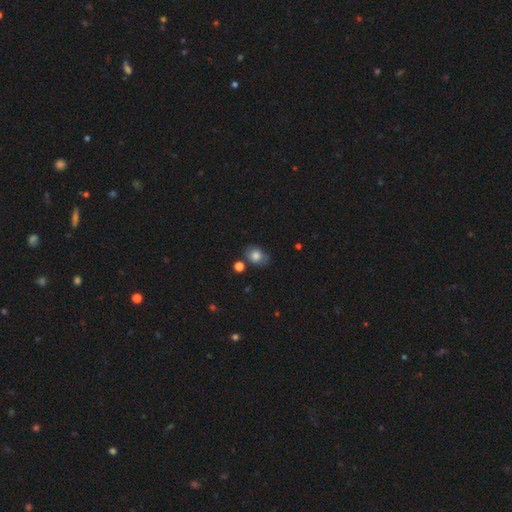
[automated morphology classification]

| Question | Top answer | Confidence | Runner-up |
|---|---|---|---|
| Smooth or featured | smooth | 79% | featured or disk (11%) |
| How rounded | in between | 54% | round (45%) |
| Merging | none | 69% | minor disturbance (19%) |